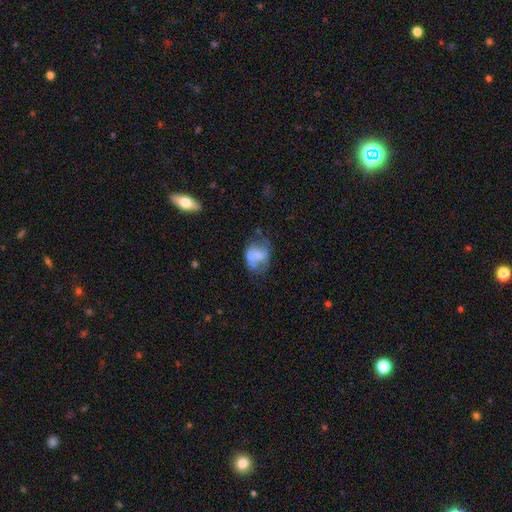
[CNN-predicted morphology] Q: Smooth or featured?
A: smooth (50%); runner-up: featured or disk (40%)
Q: How rounded?
A: in between (64%); runner-up: round (34%)
Q: Merging?
A: none (36%); runner-up: minor disturbance (27%)